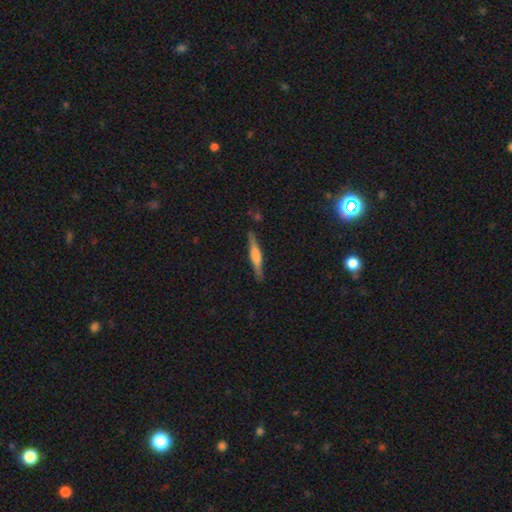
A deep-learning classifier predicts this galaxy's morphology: Q: Smooth or featured?
A: featured or disk (54%); runner-up: smooth (40%)
Q: Edge-on disk?
A: yes (96%); runner-up: no (4%)
Q: Edge-on bulge?
A: rounded (43%); runner-up: boxy (42%)
Q: Merging?
A: none (86%); runner-up: minor disturbance (10%)